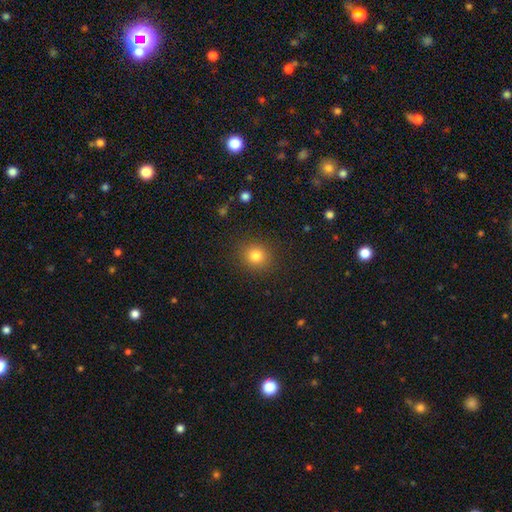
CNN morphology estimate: Smooth or featured? Predicted: smooth (p=0.80). How rounded? Predicted: round (p=0.86). Merging? Predicted: none (p=0.89).